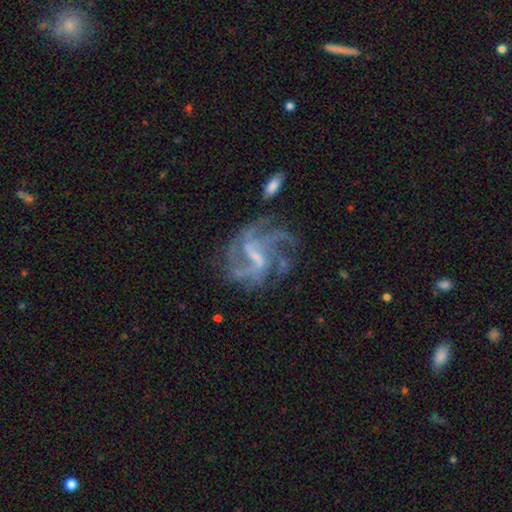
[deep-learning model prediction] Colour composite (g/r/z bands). It shows a featured or disk galaxy (85%) with a weak bar (53%), 4 (25%) medium (47%) spiral arms (91%) and a small central bulge (43%). Merging: none (52%).